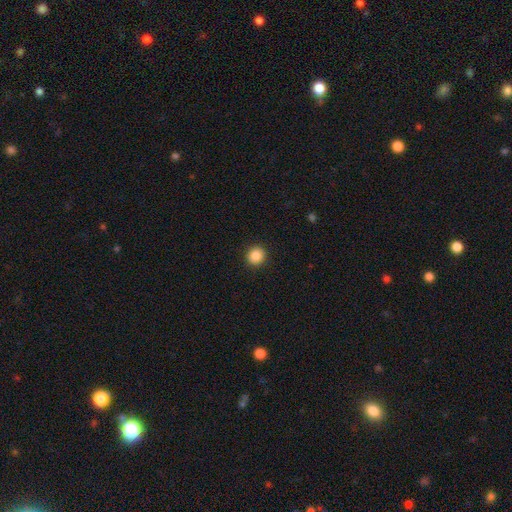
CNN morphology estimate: Smooth or featured?
  - smooth: 87% *
  - star or artifact: 10%
  - featured or disk: 4%
How rounded?
  - round: 92% *
  - in between: 7%
  - cigar-shaped: 1%
Merging?
  - none: 93% *
  - minor disturbance: 5%
  - major disturbance: 2%
  - merger: 1%